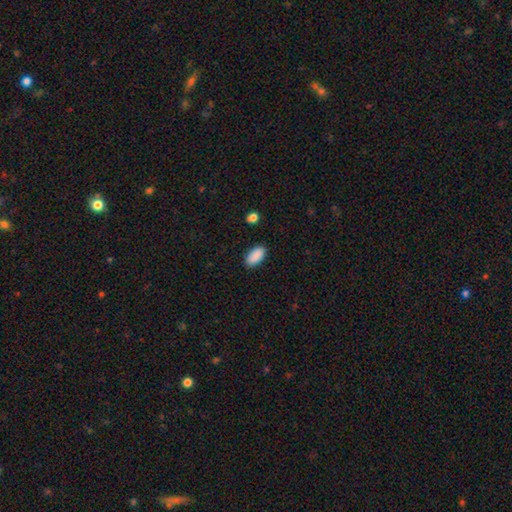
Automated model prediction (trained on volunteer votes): Morphology: type=smooth (90%); roundness=in between (94%); merging=none (88%).